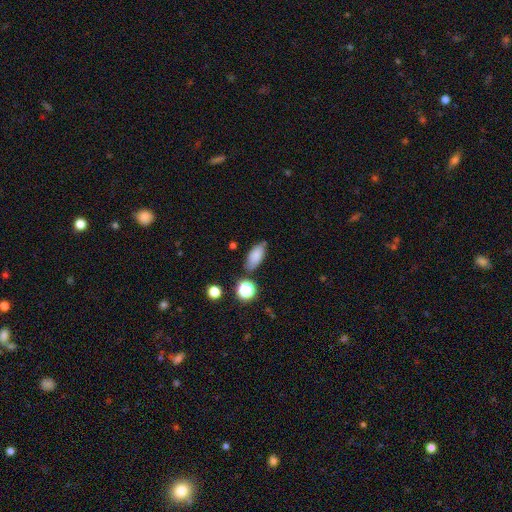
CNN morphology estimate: smooth_or_featured: smooth (p=0.79) [alt: star or artifact p=0.11]
how_rounded: in between (p=0.86) [alt: cigar-shaped p=0.09]
merging: none (p=0.72) [alt: minor disturbance p=0.18]